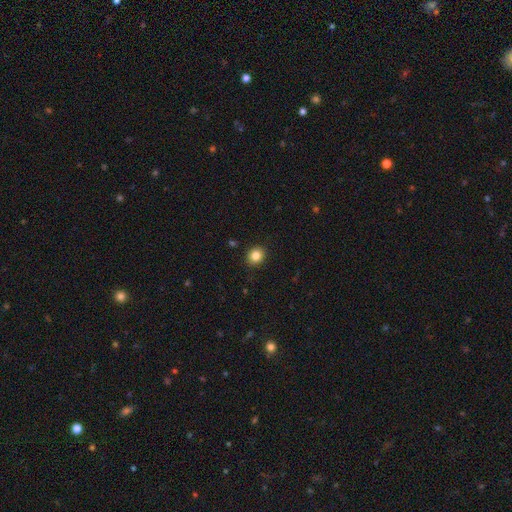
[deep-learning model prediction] Smooth or featured: smooth — 84% (star or artifact — 11%)
How rounded: round — 76% (in between — 23%)
Merging: none — 91% (minor disturbance — 6%)